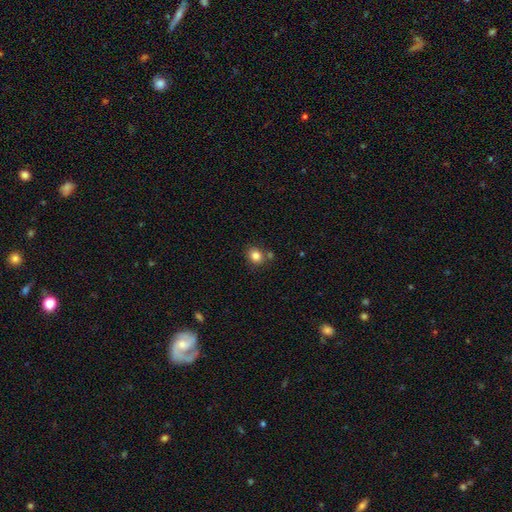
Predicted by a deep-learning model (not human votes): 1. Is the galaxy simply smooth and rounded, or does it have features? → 83% smooth, 10% star or artifact, 6% featured or disk.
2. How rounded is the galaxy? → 61% round, 38% in between, 1% cigar-shaped.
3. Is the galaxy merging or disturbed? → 71% none, 14% merger, 12% minor disturbance, 3% major disturbance.